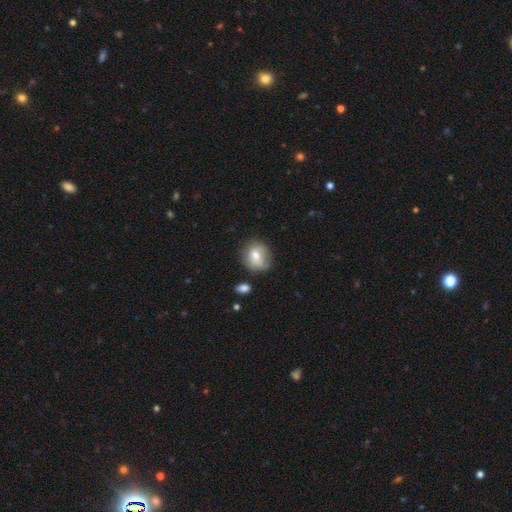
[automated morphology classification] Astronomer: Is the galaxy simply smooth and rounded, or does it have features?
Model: smooth — 72%.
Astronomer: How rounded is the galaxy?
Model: round — 73%.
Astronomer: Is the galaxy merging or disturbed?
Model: none — 70%.